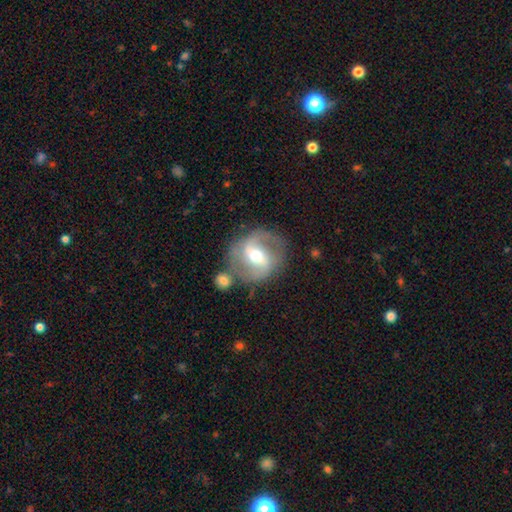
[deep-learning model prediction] Q: Smooth or featured?
A: featured or disk (77%); runner-up: smooth (17%)
Q: Edge-on disk?
A: no (96%); runner-up: yes (4%)
Q: Bar?
A: strong (44%); runner-up: weak (41%)
Q: Spiral arms?
A: yes (82%); runner-up: no (18%)
Q: Spiral winding?
A: medium (47%); runner-up: loose (36%)
Q: Spiral arm count?
A: 2 (86%); runner-up: can't tell (7%)
Q: Bulge size?
A: moderate (72%); runner-up: small (19%)
Q: Merging?
A: none (66%); runner-up: minor disturbance (15%)